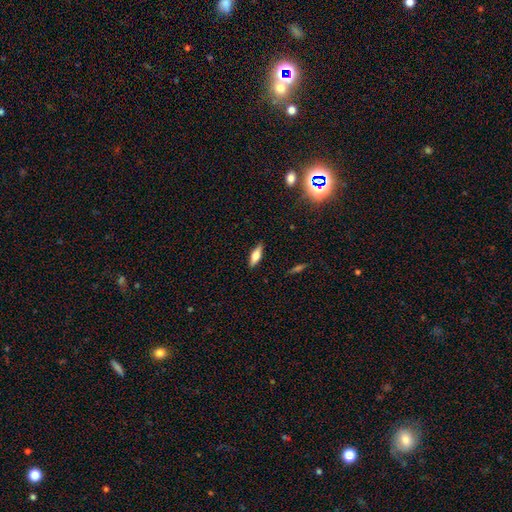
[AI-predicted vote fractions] smooth_or_featured: smooth (p=0.58) [alt: featured or disk p=0.35]
how_rounded: in between (p=0.56) [alt: cigar-shaped p=0.42]
merging: none (p=0.87) [alt: minor disturbance p=0.09]